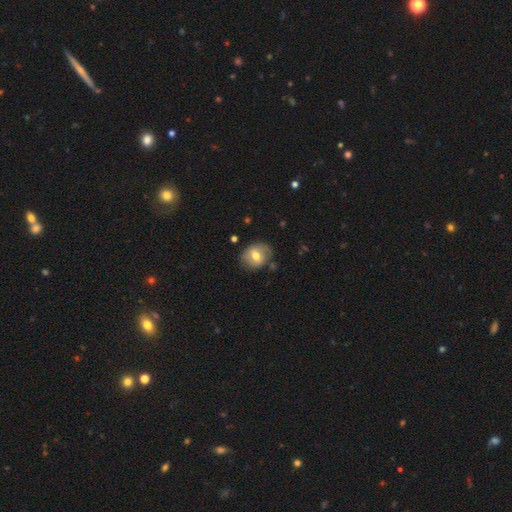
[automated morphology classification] This is possibly a smooth galaxy (58%). How rounded: possibly round (57%). Merging: likely none (72%).